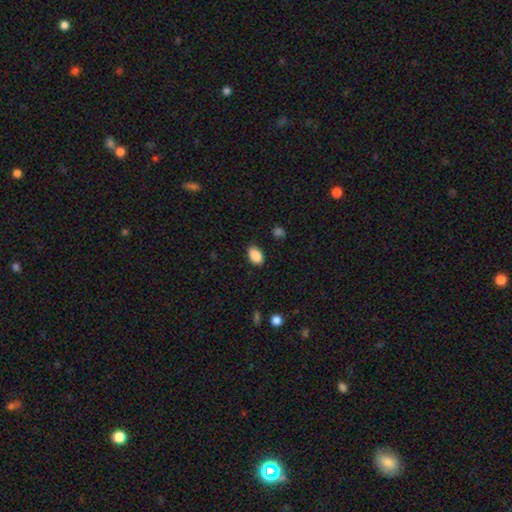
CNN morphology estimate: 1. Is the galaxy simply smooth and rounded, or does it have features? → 89% smooth, 8% star or artifact, 4% featured or disk.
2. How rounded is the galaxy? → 89% in between, 10% round, 1% cigar-shaped.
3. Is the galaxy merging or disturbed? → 82% none, 14% minor disturbance, 3% major disturbance, 1% merger.